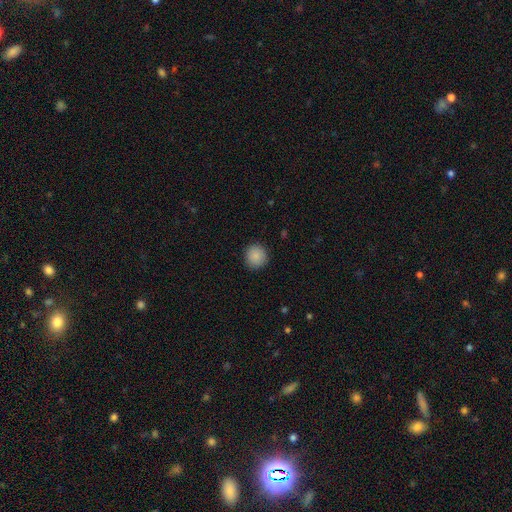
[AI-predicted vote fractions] A smooth galaxy with no disk features (89%) that is round (92%). Merging: none (91%).